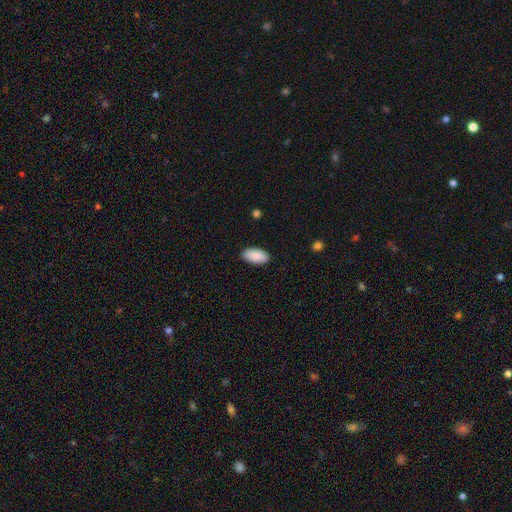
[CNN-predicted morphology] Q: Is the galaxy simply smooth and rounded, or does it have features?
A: smooth — 90%.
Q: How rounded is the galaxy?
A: in between — 94%.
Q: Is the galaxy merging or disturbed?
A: none — 88%.